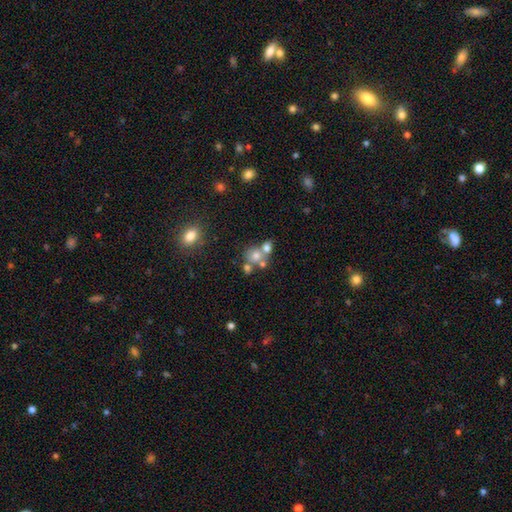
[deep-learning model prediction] Smooth or featured? smooth (65%)
How rounded? round (75%)
Merging? merger (49%)